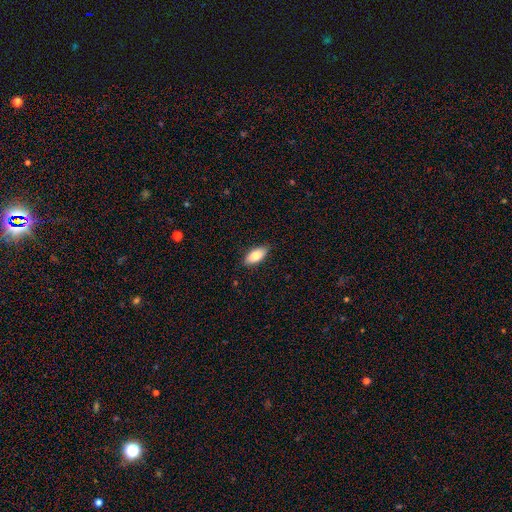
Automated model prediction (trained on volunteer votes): Smooth or featured: smooth — 82% (featured or disk — 12%)
How rounded: in between — 89% (cigar-shaped — 8%)
Merging: none — 87% (minor disturbance — 10%)